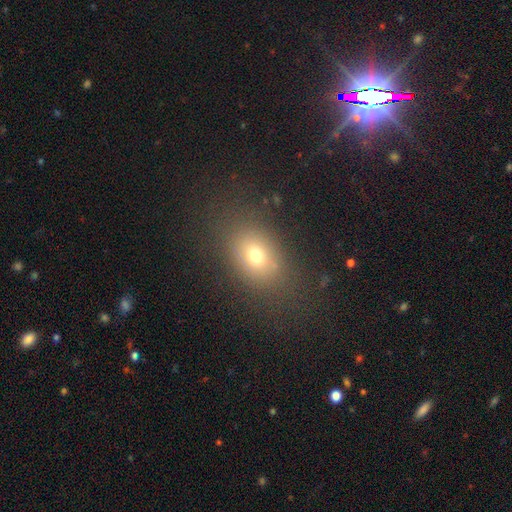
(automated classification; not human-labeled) This is likely a smooth galaxy (71%). How rounded: likely in between (69%). Merging: likely none (79%).